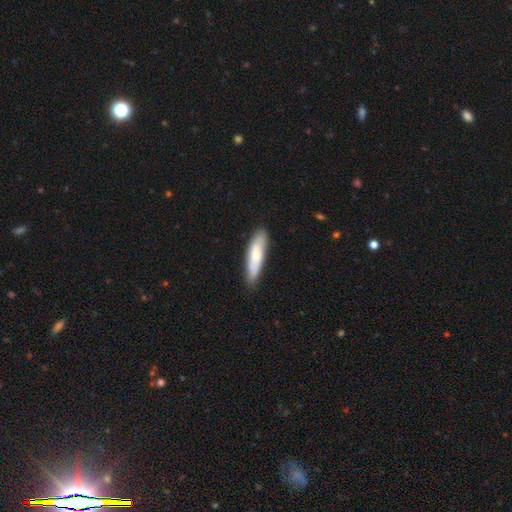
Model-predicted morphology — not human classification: Smooth or featured? smooth (70%)
How rounded? cigar-shaped (72%)
Merging? none (81%)